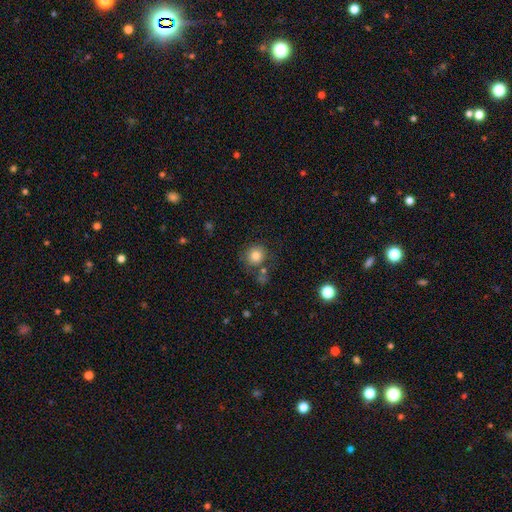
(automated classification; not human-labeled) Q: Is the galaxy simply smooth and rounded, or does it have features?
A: smooth — 81%.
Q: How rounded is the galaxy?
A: round — 87%.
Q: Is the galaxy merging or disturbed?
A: none — 73%.